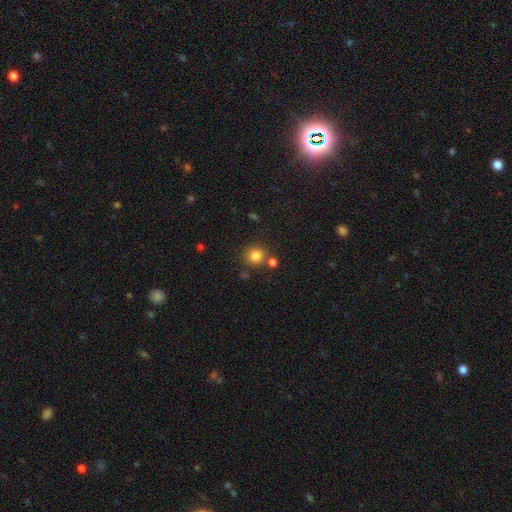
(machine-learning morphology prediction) type=smooth (83%); roundness=round (88%); merging=none (76%).